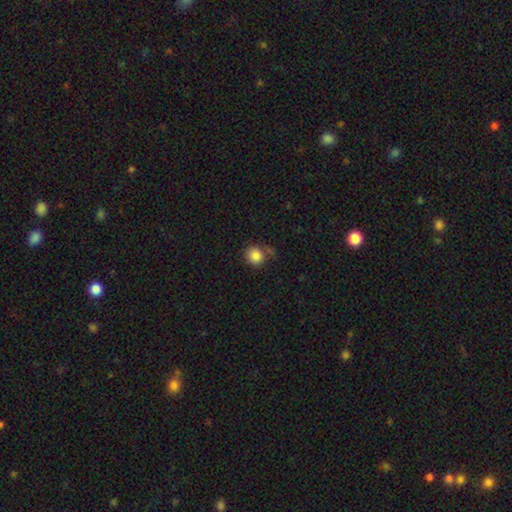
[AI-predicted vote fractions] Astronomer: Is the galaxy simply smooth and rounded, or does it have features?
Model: smooth — 85%.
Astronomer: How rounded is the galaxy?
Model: round — 89%.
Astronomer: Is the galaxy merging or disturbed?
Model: none — 68%.